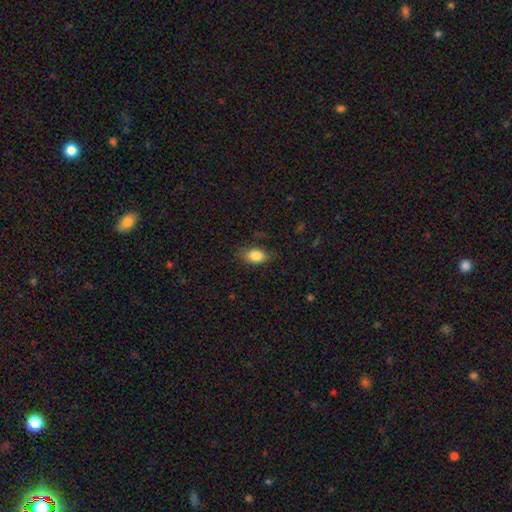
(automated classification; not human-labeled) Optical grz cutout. It shows a smooth galaxy with no disk features (85%) that is in between round and cigar-shaped (84%). Merging: none (79%).